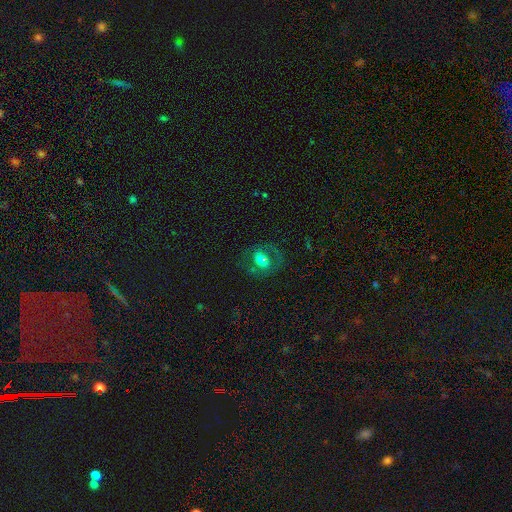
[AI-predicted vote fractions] Smooth or featured? featured or disk (48%)
Merging? none (80%)